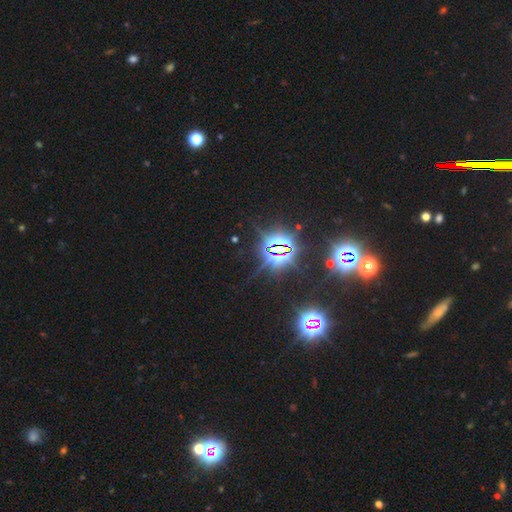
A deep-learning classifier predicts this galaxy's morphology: type=star or artifact (81%).